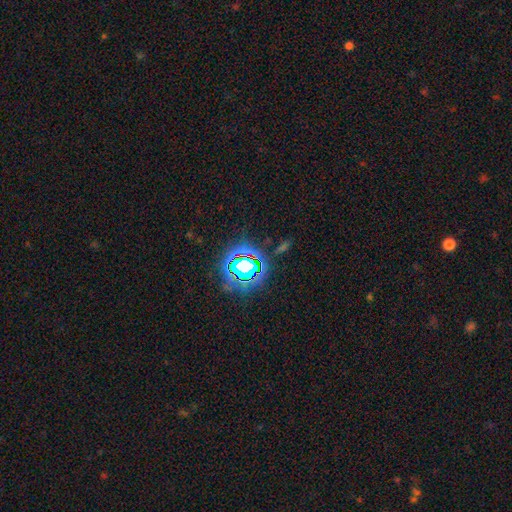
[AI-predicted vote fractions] Smooth or featured?
  - star or artifact: 79% *
  - smooth: 13%
  - featured or disk: 8%